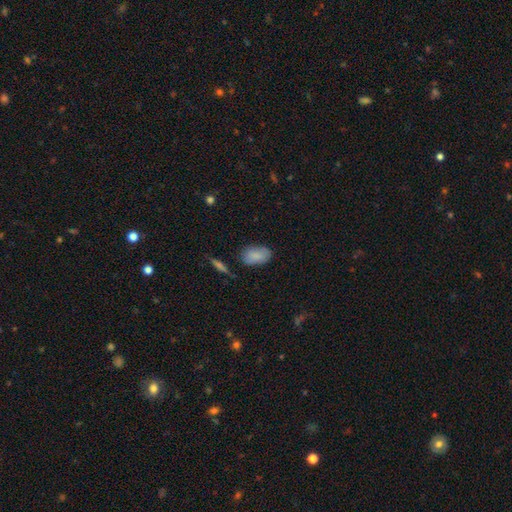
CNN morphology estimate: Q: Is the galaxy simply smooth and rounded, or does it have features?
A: smooth — 85%.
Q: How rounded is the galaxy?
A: in between — 91%.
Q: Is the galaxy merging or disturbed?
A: none — 74%.